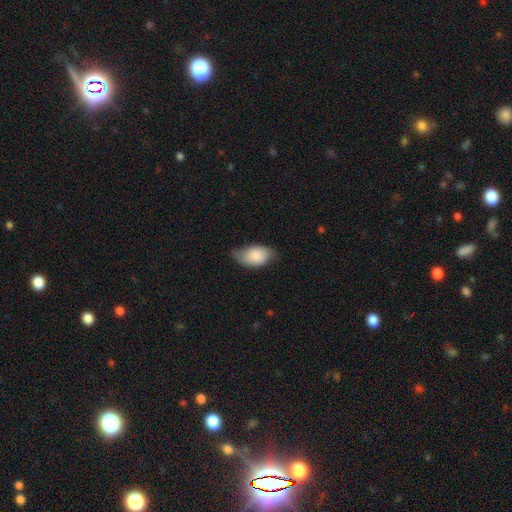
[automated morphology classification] This appears to be a smooth galaxy with no disk features (81%) that is in between round and cigar-shaped (93%). Merging: none (56%).